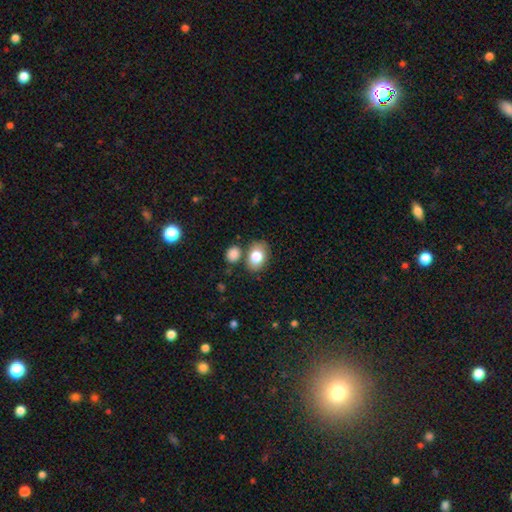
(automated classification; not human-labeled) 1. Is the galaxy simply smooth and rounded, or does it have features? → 80% smooth, 11% featured or disk, 9% star or artifact.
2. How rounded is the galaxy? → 71% in between, 27% round, 1% cigar-shaped.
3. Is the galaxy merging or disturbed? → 71% none, 13% merger, 12% minor disturbance, 3% major disturbance.